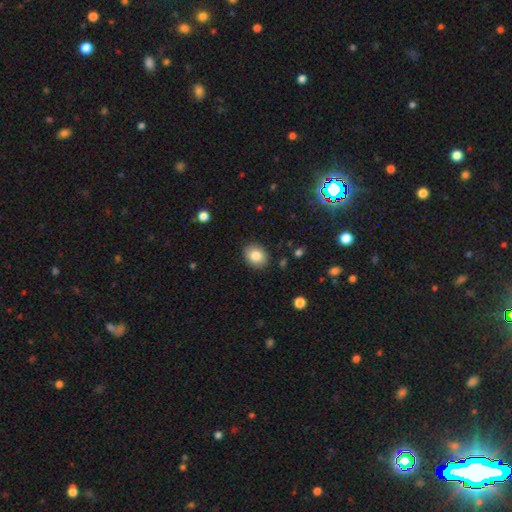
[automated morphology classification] smooth 84%, star or artifact 9%, featured or disk 7%. Down the decision tree: how rounded — in between (50%); merging — none (88%).